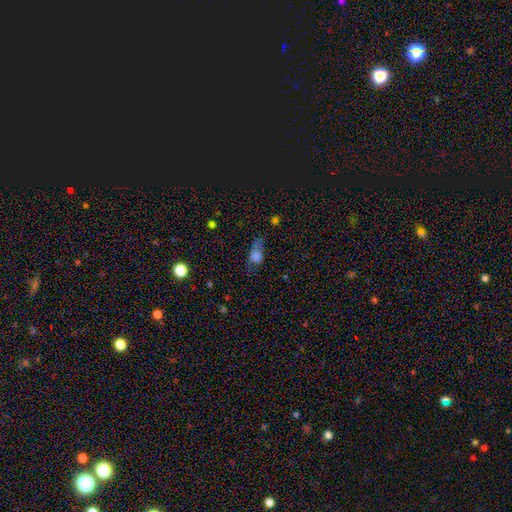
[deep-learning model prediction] Q: Smooth or featured?
A: smooth (70%); runner-up: featured or disk (16%)
Q: How rounded?
A: in between (57%); runner-up: round (36%)
Q: Merging?
A: none (35%); runner-up: minor disturbance (31%)